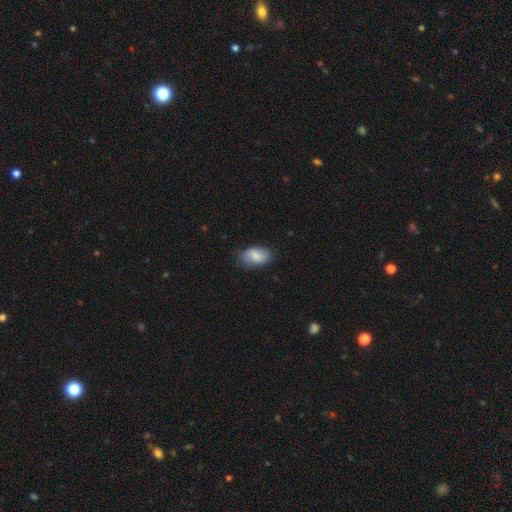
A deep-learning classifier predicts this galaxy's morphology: Overall: smooth (78%). How rounded: in between (90%). Merging: none (75%).